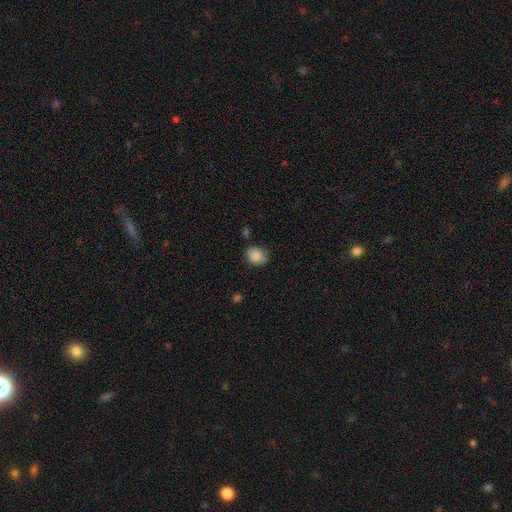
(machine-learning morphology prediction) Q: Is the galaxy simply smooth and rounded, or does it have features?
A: smooth — 81%.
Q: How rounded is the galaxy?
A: round — 63%.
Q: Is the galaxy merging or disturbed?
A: none — 64%.